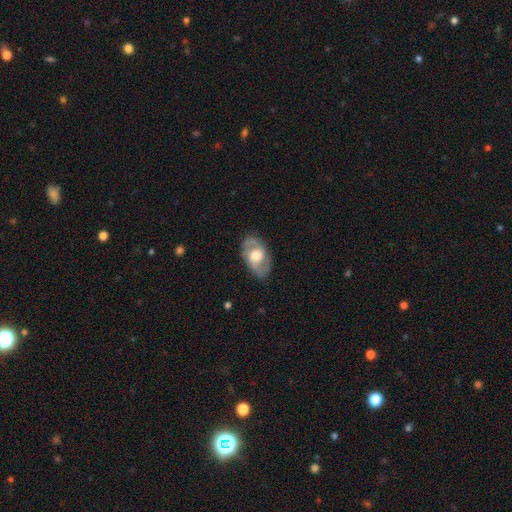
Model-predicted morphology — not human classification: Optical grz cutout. It shows a featured or disk galaxy (70%) with no bar (56%), 2 (87%) medium (51%) spiral arms (77%) and a moderate central bulge (56%). Merging: none (81%).